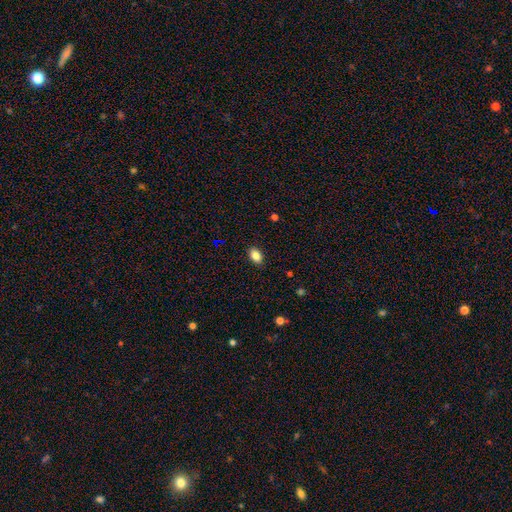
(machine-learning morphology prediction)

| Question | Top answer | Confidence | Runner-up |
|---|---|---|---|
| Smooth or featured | smooth | 86% | star or artifact (9%) |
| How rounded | in between | 85% | round (13%) |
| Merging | none | 88% | minor disturbance (9%) |